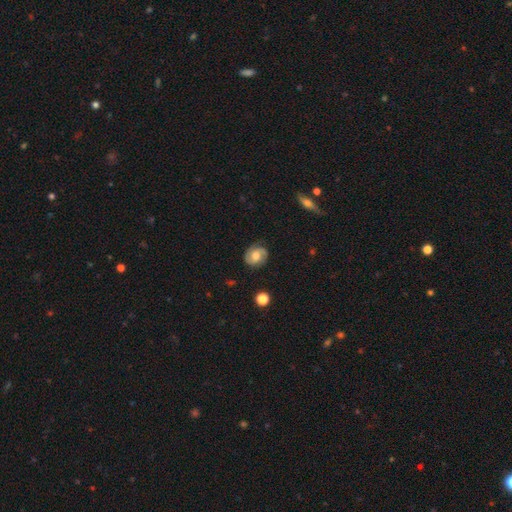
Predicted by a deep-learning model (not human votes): Smooth or featured? featured or disk (68%)
Edge-on disk? no (97%)
Bar? no (59%)
Spiral arms? yes (94%)
Spiral winding? tight (45%)
Spiral arm count? 2 (86%)
Bulge size? moderate (64%)
Merging? none (81%)